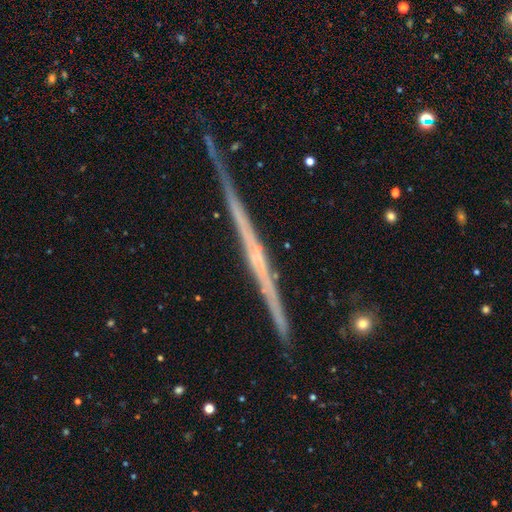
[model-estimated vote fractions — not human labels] The model was most divided on "edge-on bulge": none: 73%, rounded: 20%, boxy: 7%. More confident: edge-on disk — yes (98%); merging — none (88%); smooth or featured — featured or disk (79%).